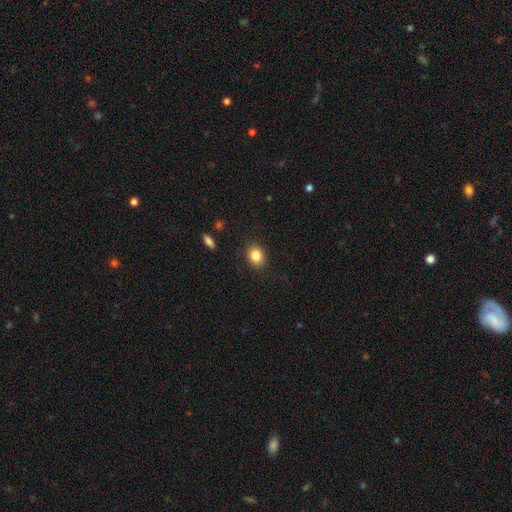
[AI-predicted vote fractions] This appears to be a smooth galaxy with no disk features (85%) that is in between round and cigar-shaped (54%). Merging: none (87%).